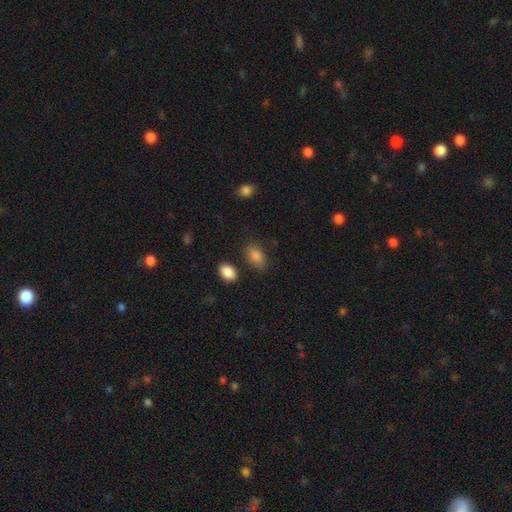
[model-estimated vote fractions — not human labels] A smooth galaxy with no disk features (85%) that is in between round and cigar-shaped (91%).

Vote fractions:
- Smooth or featured? smooth: 85% / star or artifact: 9% / featured or disk: 6%
- How rounded? in between: 91% / round: 7% / cigar-shaped: 2%
- Merging? none: 76% / minor disturbance: 16% / major disturbance: 4% / merger: 4%